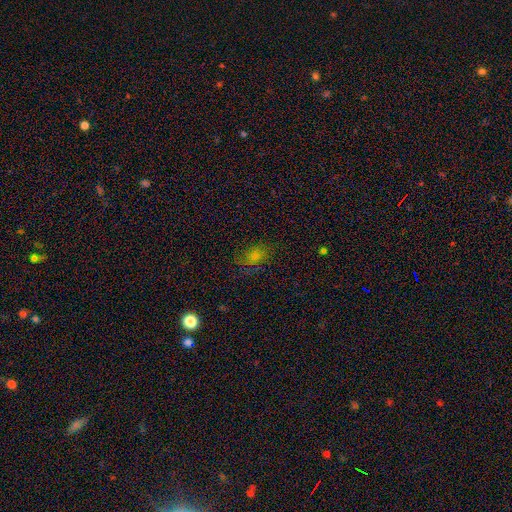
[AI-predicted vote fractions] smooth-or-featured: smooth: 62% | star or artifact: 23% | featured or disk: 15%
  how-rounded: in between: 68% | round: 29% | cigar-shaped: 2%
  merging: none: 71% | minor disturbance: 19% | major disturbance: 8% | merger: 2%